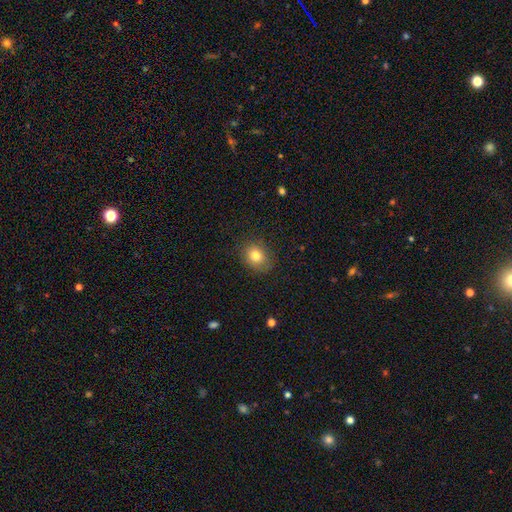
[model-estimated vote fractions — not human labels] Smooth or featured? smooth (79%)
How rounded? round (54%)
Merging? none (81%)